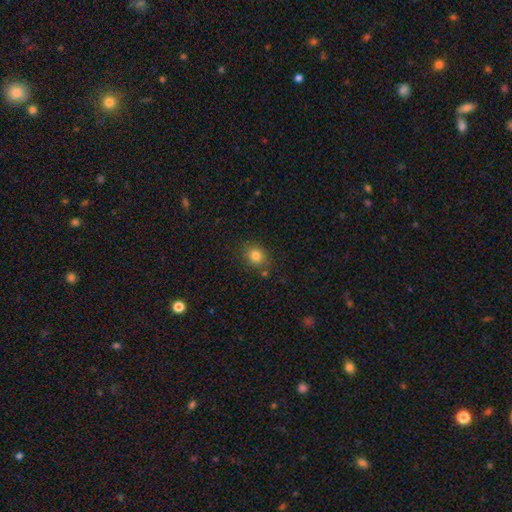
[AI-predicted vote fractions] This is clearly a smooth galaxy (81%). How rounded: likely round (70%). Merging: likely none (79%).